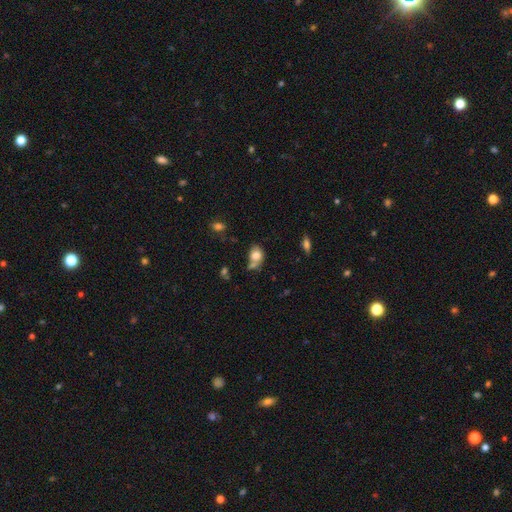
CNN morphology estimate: Smooth or featured? Predicted: smooth (p=0.76). How rounded? Predicted: in between (p=0.63). Merging? Predicted: none (p=0.37).